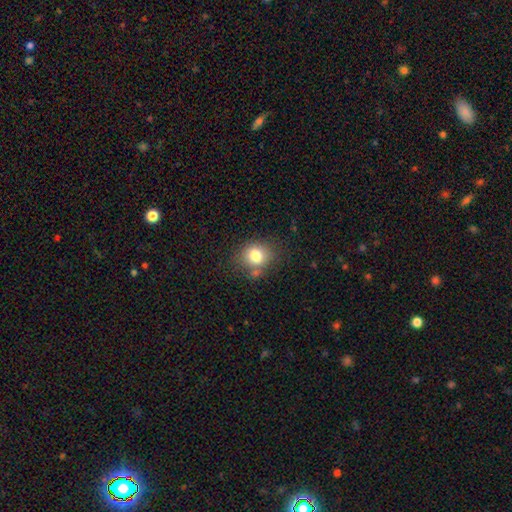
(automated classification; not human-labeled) A smooth galaxy with no disk features (79%) that is round (69%). Merging: none (71%).